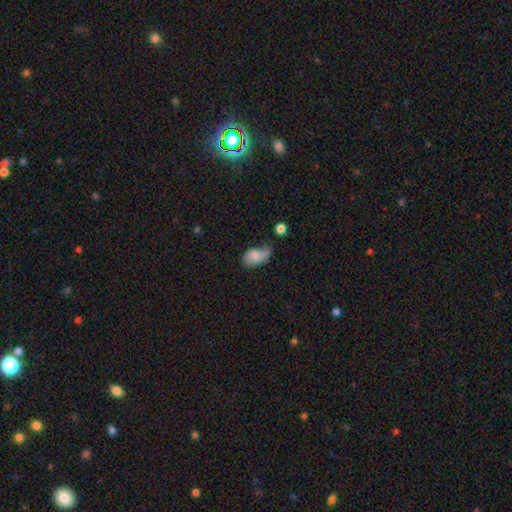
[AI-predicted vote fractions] This is likely a smooth galaxy (67%). How rounded: clearly in between (89%). Merging: marginally minor disturbance (39%).